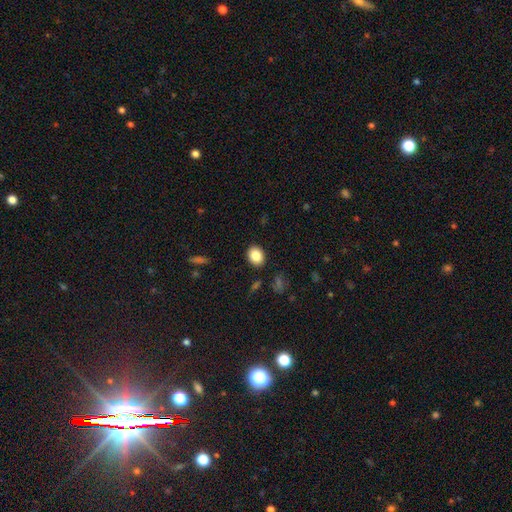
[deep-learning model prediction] Smooth or featured? smooth (86%)
How rounded? in between (55%)
Merging? none (89%)